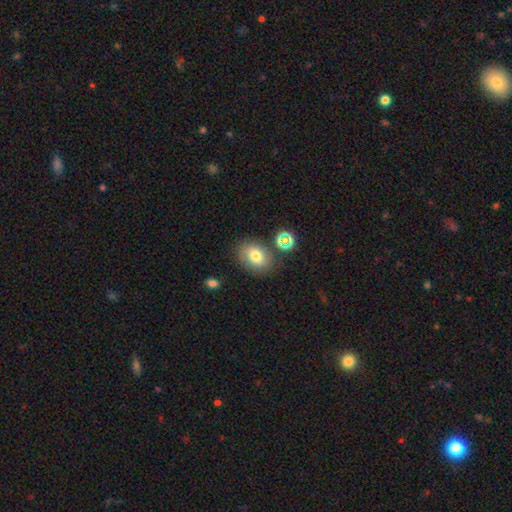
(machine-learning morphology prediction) This is likely a smooth galaxy (75%). How rounded: likely in between (67%). Merging: likely none (77%).